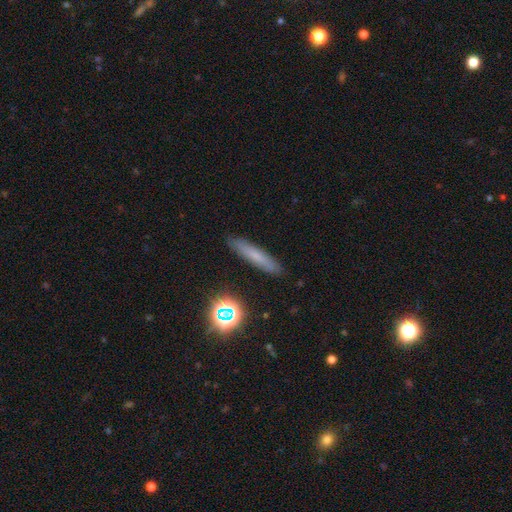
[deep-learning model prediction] Smooth or featured? smooth (63%)
How rounded? cigar-shaped (89%)
Merging? none (88%)